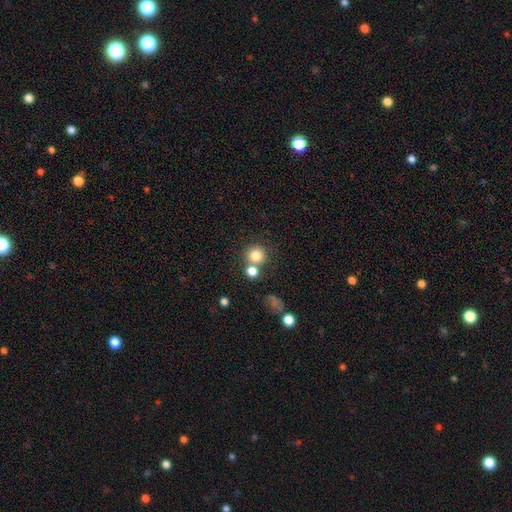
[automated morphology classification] Q: Smooth or featured?
A: smooth (80%); runner-up: star or artifact (12%)
Q: How rounded?
A: round (90%); runner-up: in between (9%)
Q: Merging?
A: none (65%); runner-up: merger (22%)